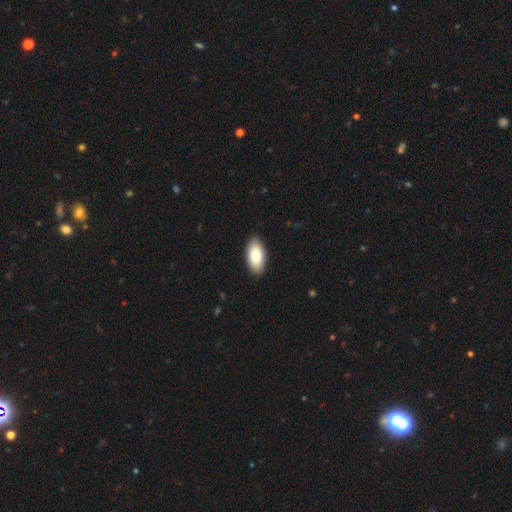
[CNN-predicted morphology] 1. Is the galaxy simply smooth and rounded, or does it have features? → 80% smooth, 14% featured or disk, 6% star or artifact.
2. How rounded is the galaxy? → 95% in between, 3% cigar-shaped, 2% round.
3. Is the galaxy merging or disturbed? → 90% none, 7% minor disturbance, 2% major disturbance, 1% merger.